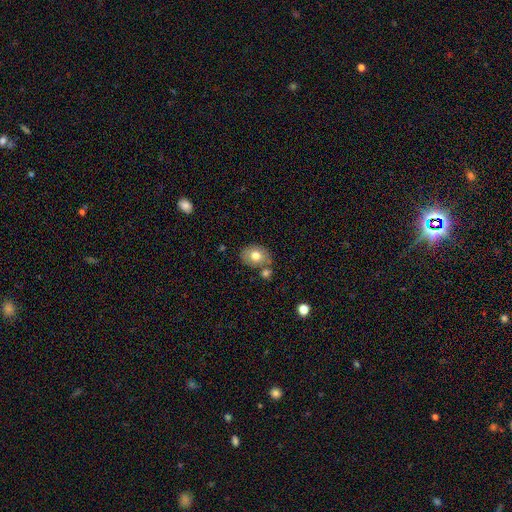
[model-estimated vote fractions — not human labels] Smooth or featured? Predicted: smooth (p=0.74). How rounded? Predicted: in between (p=0.59). Merging? Predicted: none (p=0.63).